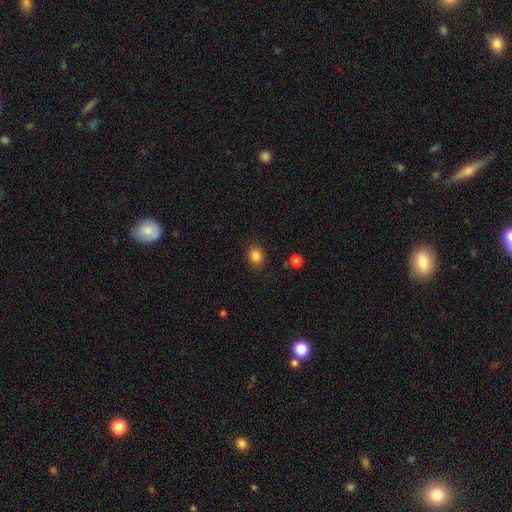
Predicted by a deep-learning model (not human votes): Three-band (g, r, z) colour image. It shows a smooth galaxy with no disk features (85%) that is round (54%). Merging: none (84%).